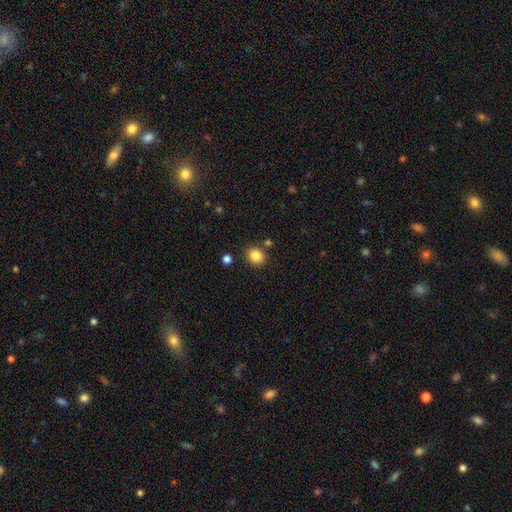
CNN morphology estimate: smooth-or-featured: smooth: 84% | star or artifact: 11% | featured or disk: 5%
  how-rounded: round: 75% | in between: 24% | cigar-shaped: 1%
  merging: none: 84% | minor disturbance: 9% | merger: 5% | major disturbance: 2%